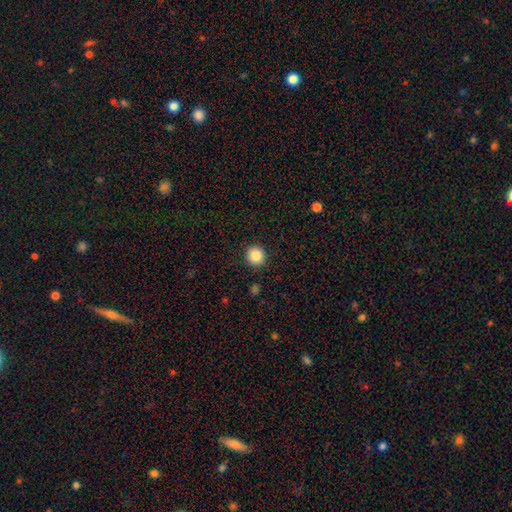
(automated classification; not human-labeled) Morphology: type=smooth (86%); roundness=round (92%); merging=none (91%).